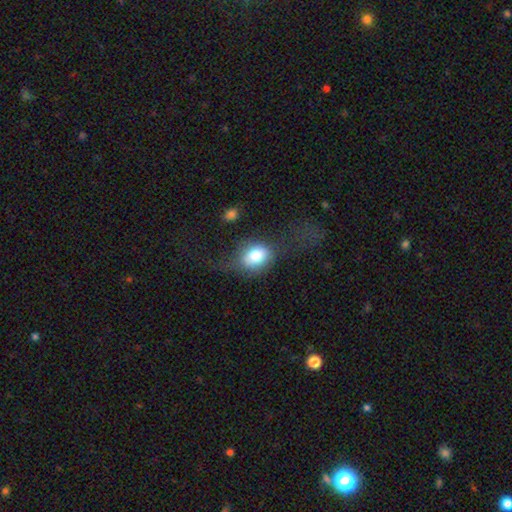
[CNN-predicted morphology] Overall: smooth (74%). How rounded: in between (56%; round 43%). Merging: none (43%; major disturbance 31%).